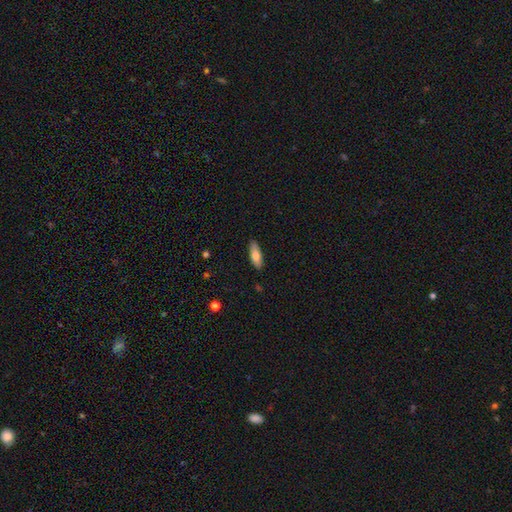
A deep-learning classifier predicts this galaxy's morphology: The model was most divided on "how rounded": in between: 61%, cigar-shaped: 36%, round: 2%. More confident: merging — none (87%); smooth or featured — smooth (73%).